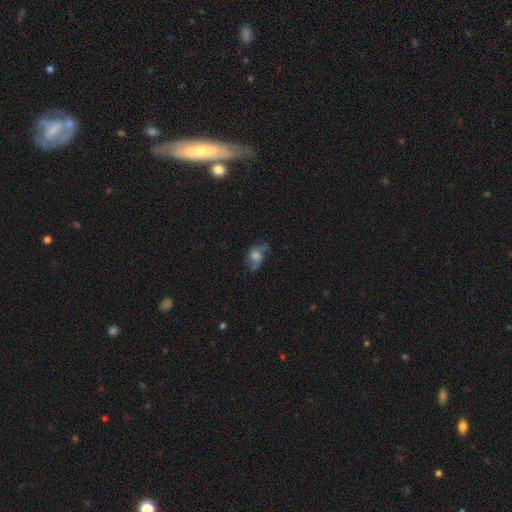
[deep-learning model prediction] featured or disk 48%, smooth 39%, star or artifact 13%. Down the decision tree: merging — none (46%).